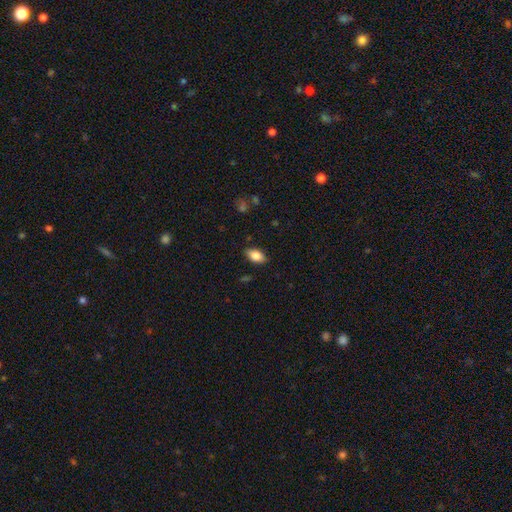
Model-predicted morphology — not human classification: Smooth or featured? smooth (83%)
How rounded? in between (91%)
Merging? none (85%)